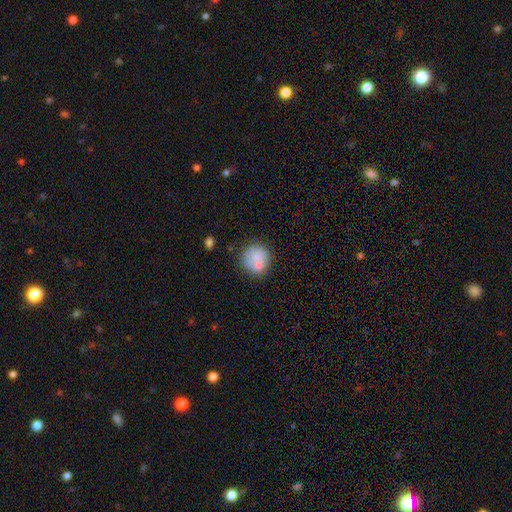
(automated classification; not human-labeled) Morphology: type=smooth (72%); roundness=round (88%); merging=none (55%).